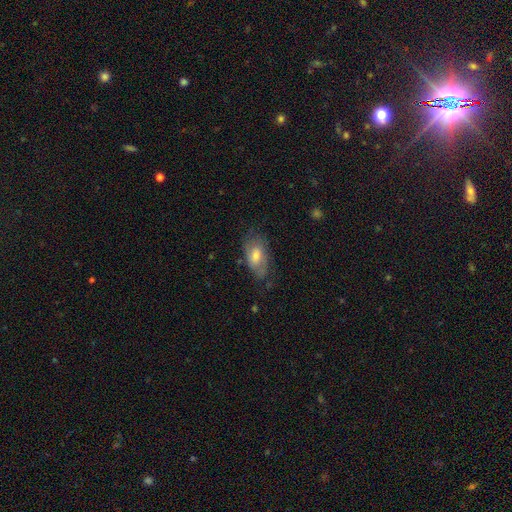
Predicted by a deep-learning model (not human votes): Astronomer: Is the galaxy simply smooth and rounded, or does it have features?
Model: smooth — 49% (runner-up: featured or disk, 43%).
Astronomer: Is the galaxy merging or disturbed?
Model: none — 64%.